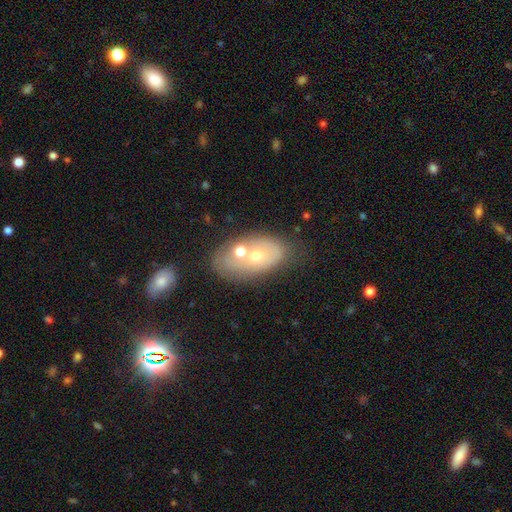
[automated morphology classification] Smooth or featured: smooth — 48% (featured or disk — 43%)
Merging: none — 46% (merger — 27%)